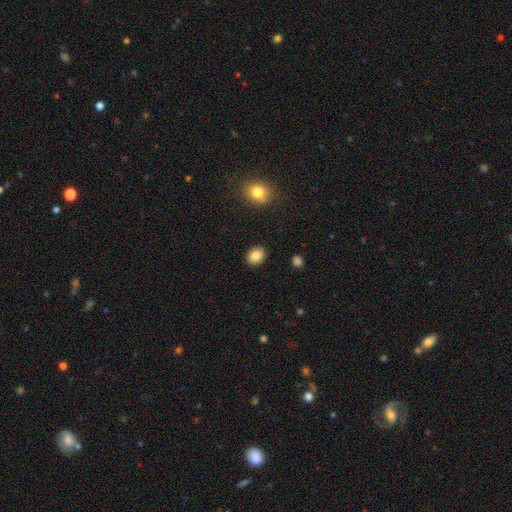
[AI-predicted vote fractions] Overall: smooth (86%). How rounded: round (53%; in between 46%). Merging: none (90%).